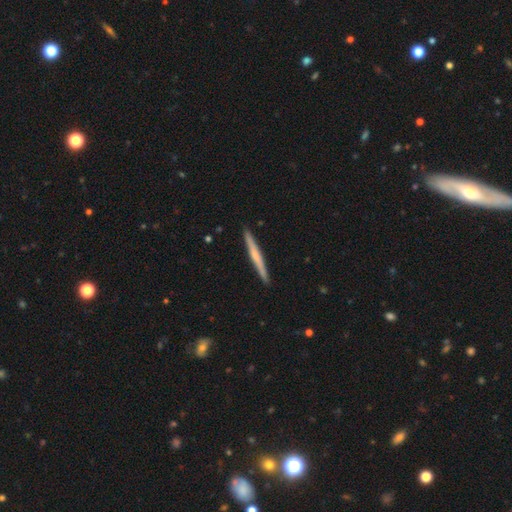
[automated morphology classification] Q: Smooth or featured?
A: featured or disk (52%); runner-up: smooth (42%)
Q: Edge-on disk?
A: yes (97%); runner-up: no (3%)
Q: Edge-on bulge?
A: none (50%); runner-up: rounded (43%)
Q: Merging?
A: none (92%); runner-up: minor disturbance (6%)